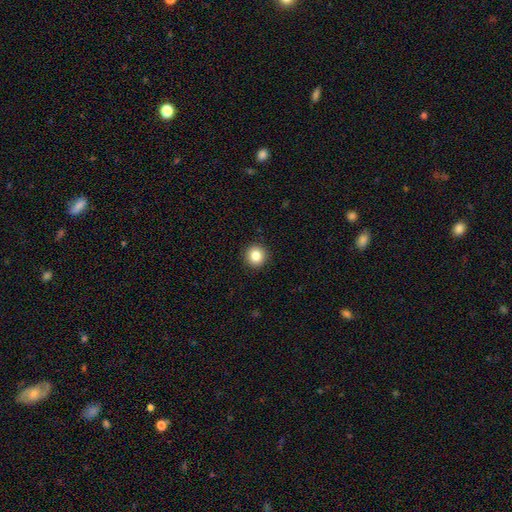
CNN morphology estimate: smooth 85%, star or artifact 10%, featured or disk 5%. Down the decision tree: how rounded — round (92%); merging — none (92%).